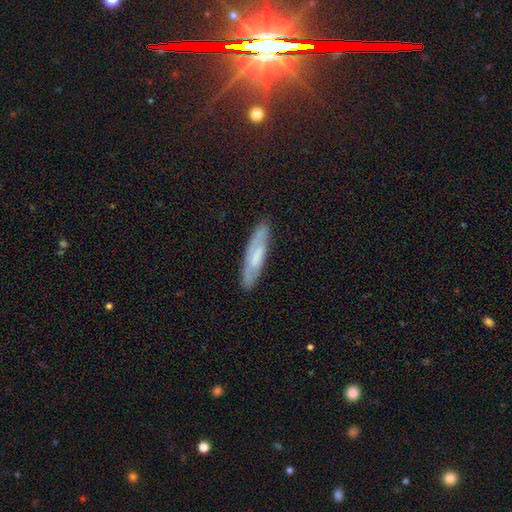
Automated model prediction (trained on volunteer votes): Smooth or featured?
  - smooth: 50% *
  - featured or disk: 43%
  - star or artifact: 7%
Merging?
  - none: 84% *
  - minor disturbance: 12%
  - major disturbance: 3%
  - merger: 1%